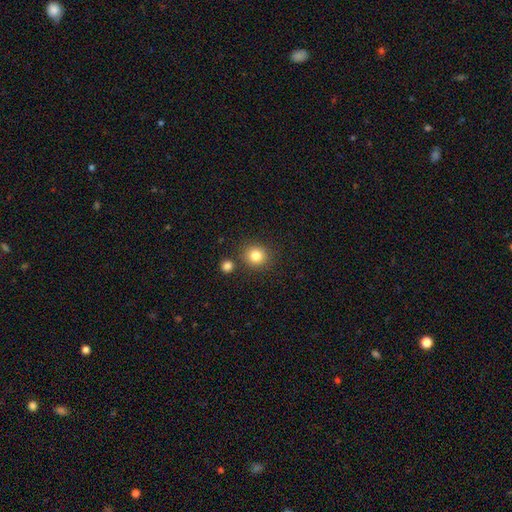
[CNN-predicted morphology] smooth-or-featured: smooth: 83% | star or artifact: 11% | featured or disk: 6%
  how-rounded: round: 89% | in between: 10% | cigar-shaped: 1%
  merging: none: 83% | minor disturbance: 8% | merger: 6% | major disturbance: 3%